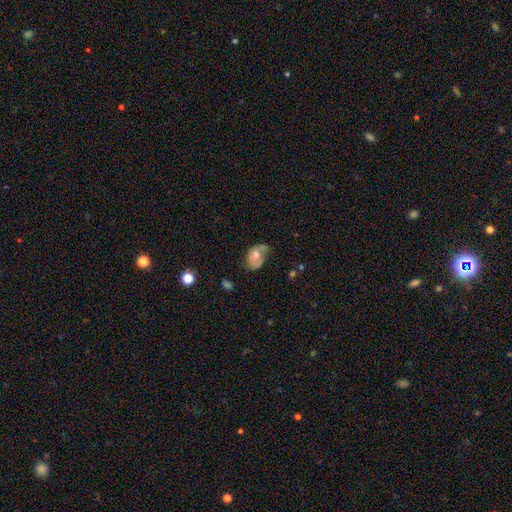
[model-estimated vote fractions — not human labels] A smooth galaxy with no disk features (57%) that is in between round and cigar-shaped (82%). Merging: minor disturbance (39%).